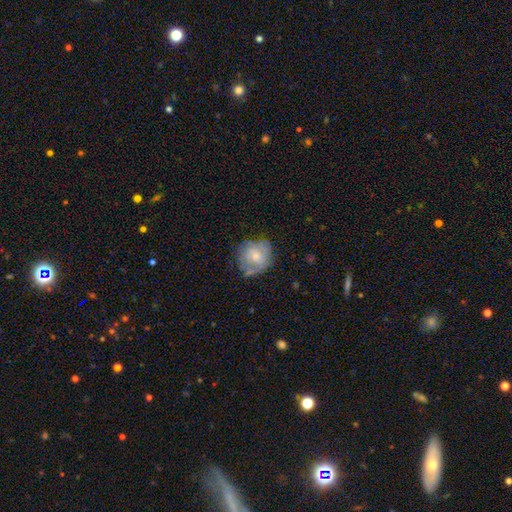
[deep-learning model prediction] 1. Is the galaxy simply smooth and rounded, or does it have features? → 52% smooth, 40% featured or disk, 7% star or artifact.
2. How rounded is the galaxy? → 78% round, 21% in between, 1% cigar-shaped.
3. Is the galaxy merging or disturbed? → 58% none, 28% minor disturbance, 12% major disturbance, 2% merger.